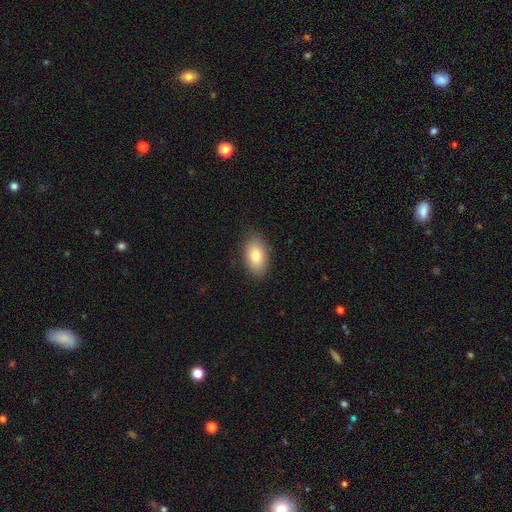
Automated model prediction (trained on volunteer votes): Smooth or featured? smooth (82%)
How rounded? in between (92%)
Merging? none (86%)